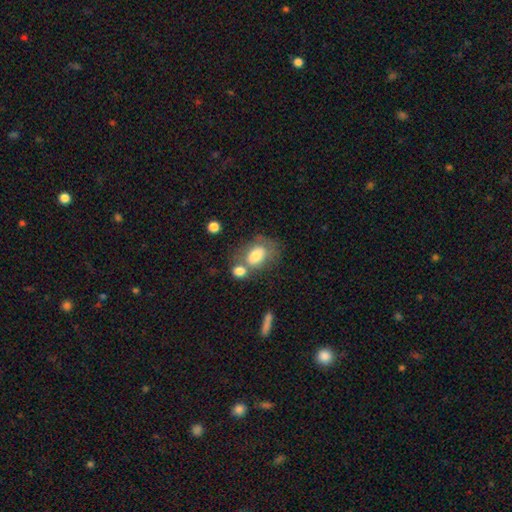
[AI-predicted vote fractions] Q: Smooth or featured?
A: smooth (73%); runner-up: featured or disk (19%)
Q: How rounded?
A: in between (76%); runner-up: round (23%)
Q: Merging?
A: merger (39%); runner-up: none (33%)